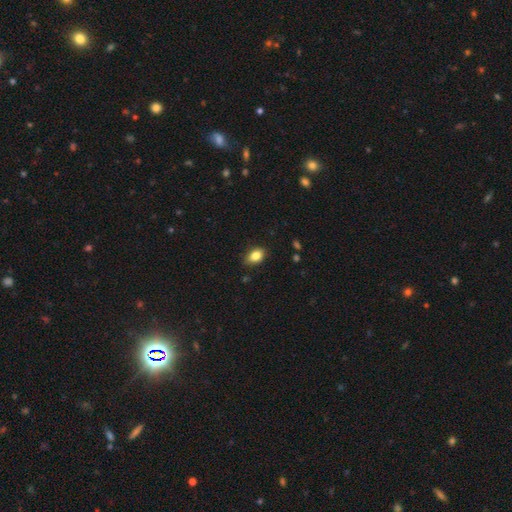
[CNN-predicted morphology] The model was most divided on "how rounded": in between: 79%, round: 20%, cigar-shaped: 2%. More confident: smooth or featured — smooth (83%); merging — none (82%).